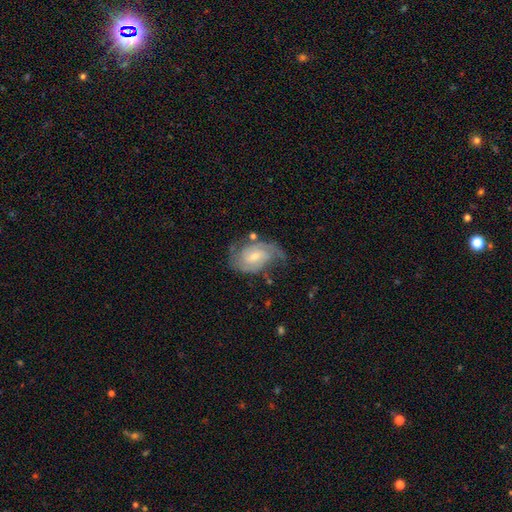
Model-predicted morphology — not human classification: Smooth or featured? featured or disk (84%)
Edge-on disk? no (97%)
Bar? no (47%)
Spiral arms? yes (95%)
Spiral winding? medium (42%, tied with tight)
Spiral arm count? 2 (74%)
Bulge size? moderate (47%, tied with small)
Merging? none (62%)